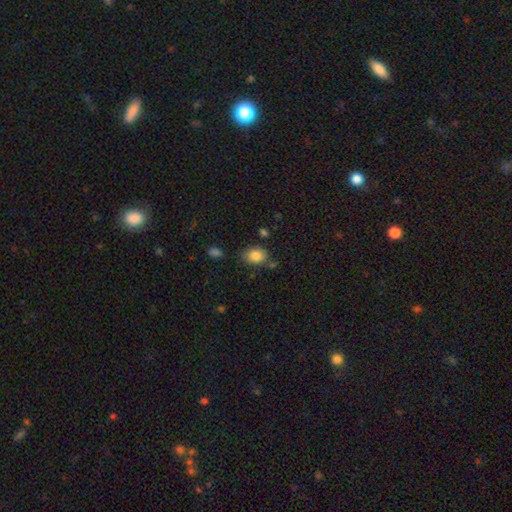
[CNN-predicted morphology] smooth 85%, star or artifact 9%, featured or disk 6%. Down the decision tree: how rounded — in between (62%); merging — none (69%).